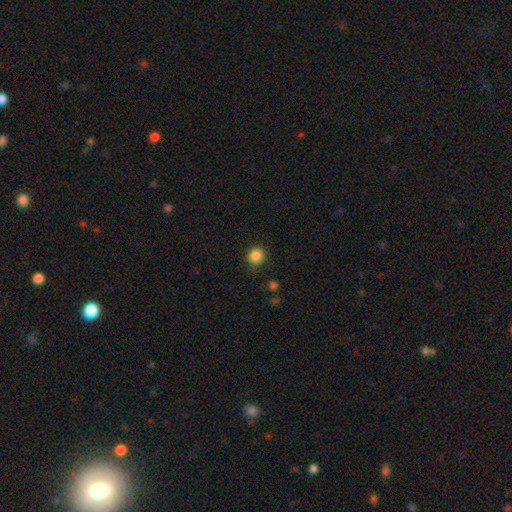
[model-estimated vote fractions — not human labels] A smooth galaxy with no disk features (86%) that is round (88%).

Vote fractions:
- Smooth or featured? smooth: 86% / star or artifact: 11% / featured or disk: 3%
- How rounded? round: 88% / in between: 11% / cigar-shaped: 1%
- Merging? none: 84% / minor disturbance: 11% / major disturbance: 3% / merger: 2%